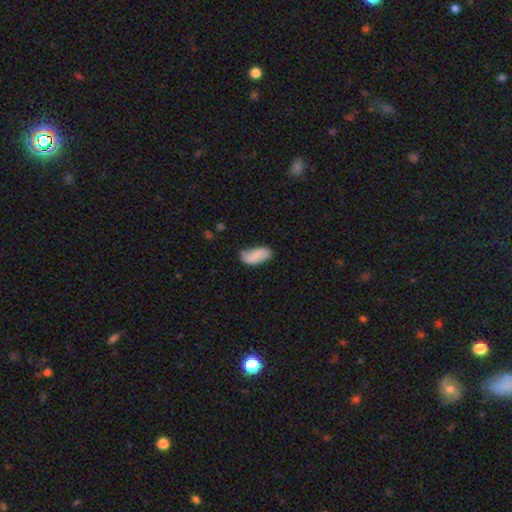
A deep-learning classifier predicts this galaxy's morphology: A smooth galaxy with no disk features (72%) that is in between round and cigar-shaped (91%). Merging: none (61%).